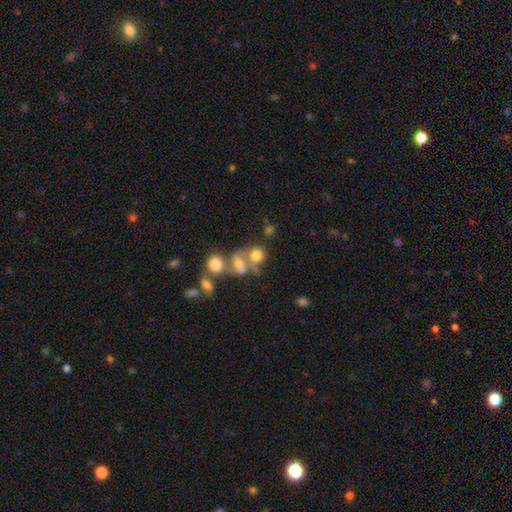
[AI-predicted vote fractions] Smooth or featured? Predicted: smooth (p=0.67). How rounded? Predicted: round (p=0.67). Merging? Predicted: merger (p=0.51).